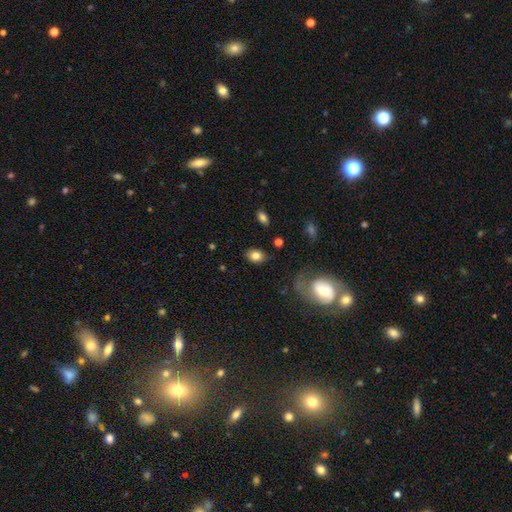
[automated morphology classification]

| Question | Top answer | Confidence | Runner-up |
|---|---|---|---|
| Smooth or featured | smooth | 79% | featured or disk (12%) |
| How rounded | in between | 71% | round (28%) |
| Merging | none | 80% | minor disturbance (13%) |